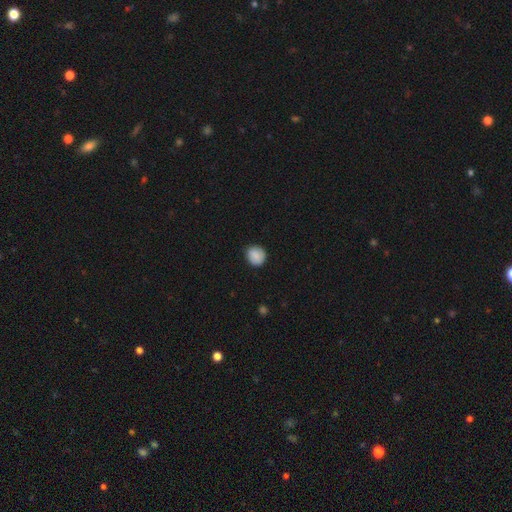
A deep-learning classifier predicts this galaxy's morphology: type=smooth (85%); roundness=round (86%); merging=none (87%).